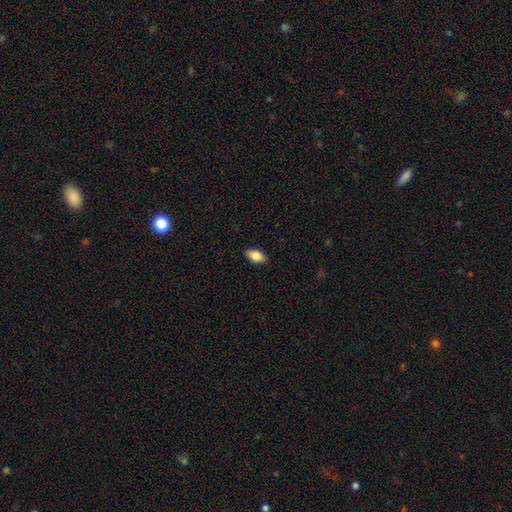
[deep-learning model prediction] Smooth or featured: smooth — 84% (featured or disk — 9%)
How rounded: in between — 91% (round — 5%)
Merging: none — 88% (minor disturbance — 9%)